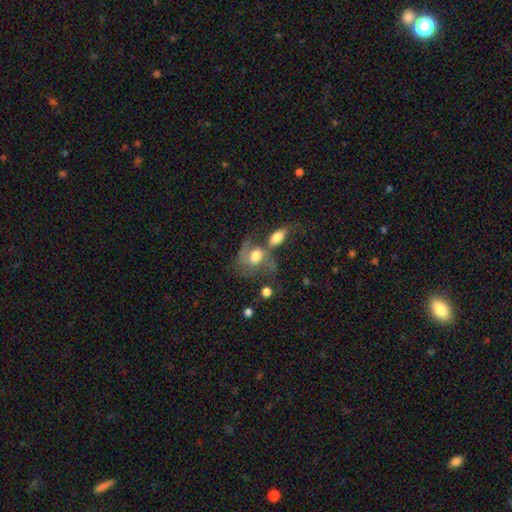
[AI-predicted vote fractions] This appears to be a featured or disk galaxy (47%). Merging: merger (41%).